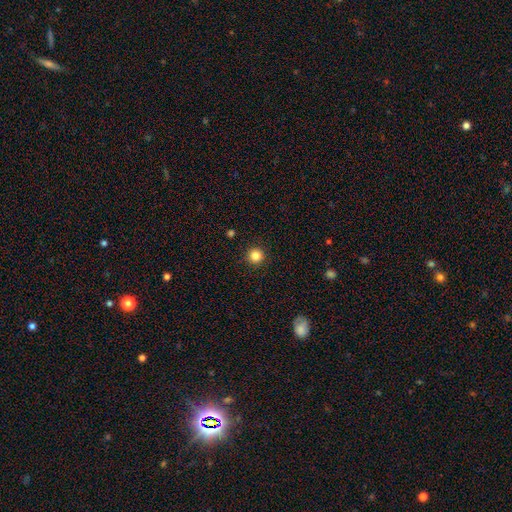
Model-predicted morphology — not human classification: The model was most divided on "smooth or featured": smooth: 84%, star or artifact: 11%, featured or disk: 4%. More confident: how rounded — round (96%); merging — none (93%).